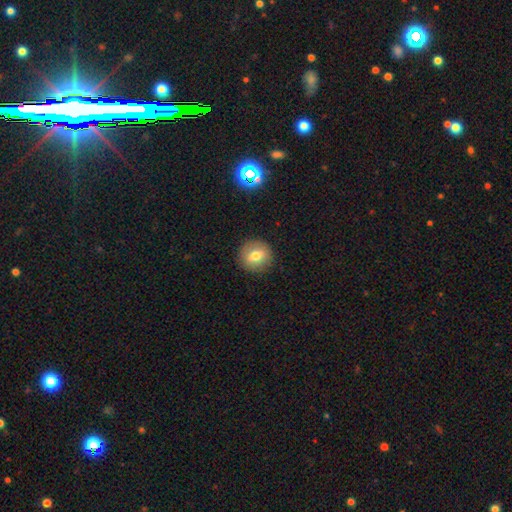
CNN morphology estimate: smooth_or_featured: smooth (p=0.68) [alt: featured or disk p=0.22]
how_rounded: round (p=0.88) [alt: in between p=0.11]
merging: none (p=0.90) [alt: minor disturbance p=0.07]